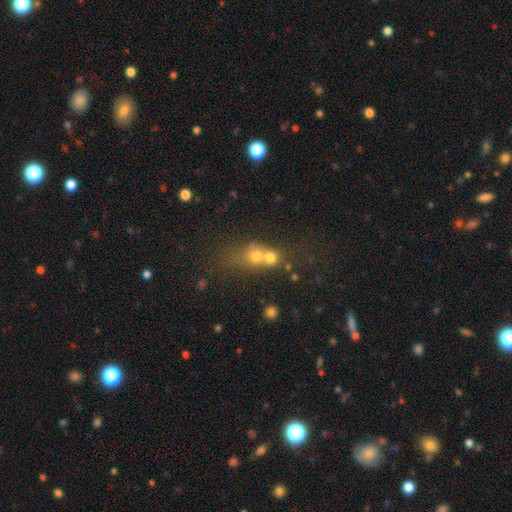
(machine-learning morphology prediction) smooth-or-featured: smooth: 66% | featured or disk: 19% | star or artifact: 16%
  how-rounded: round: 68% | in between: 29% | cigar-shaped: 3%
  merging: merger: 67% | none: 23% | minor disturbance: 6% | major disturbance: 5%